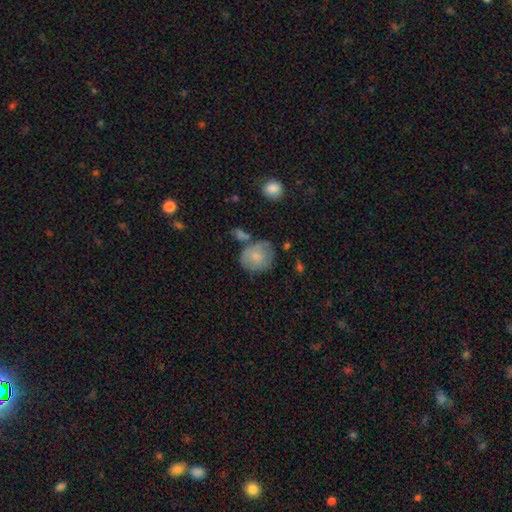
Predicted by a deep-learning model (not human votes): This is likely a smooth galaxy (75%). How rounded: likely round (65%). Merging: possibly none (50%).